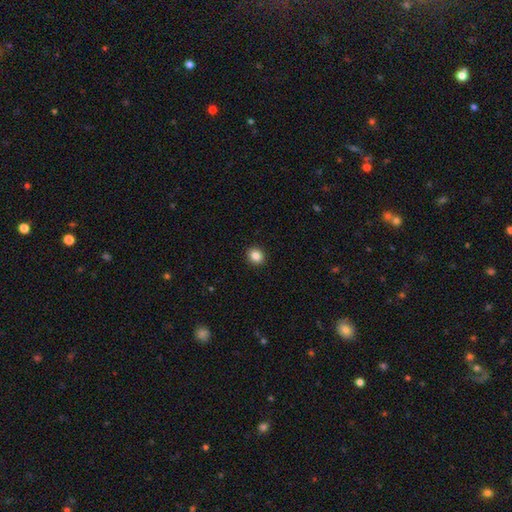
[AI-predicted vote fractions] smooth_or_featured: smooth (p=0.86) [alt: star or artifact p=0.10]
how_rounded: round (p=0.67) [alt: in between p=0.32]
merging: none (p=0.92) [alt: minor disturbance p=0.05]